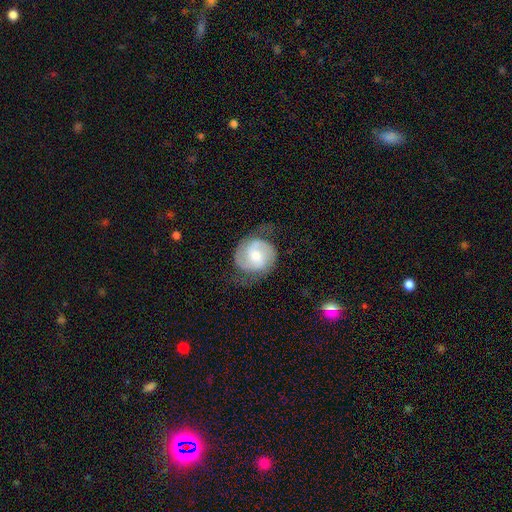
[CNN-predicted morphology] Smooth or featured: featured or disk — 78% (smooth — 17%)
Edge-on disk: no — 98% (yes — 2%)
Bar: weak — 45% (no — 42%)
Spiral arms: yes — 95% (no — 5%)
Spiral winding: medium — 47% (tight — 35%)
Spiral arm count: 2 — 87% (can't tell — 6%)
Bulge size: moderate — 57% (small — 36%)
Merging: none — 66% (minor disturbance — 21%)